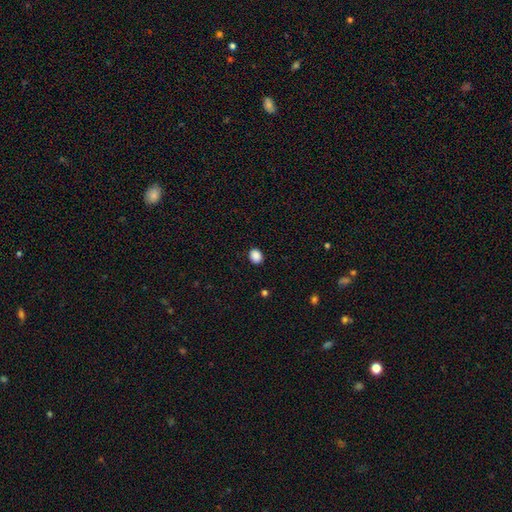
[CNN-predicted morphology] A smooth galaxy with no disk features (88%) that is round (53%). Merging: none (90%).